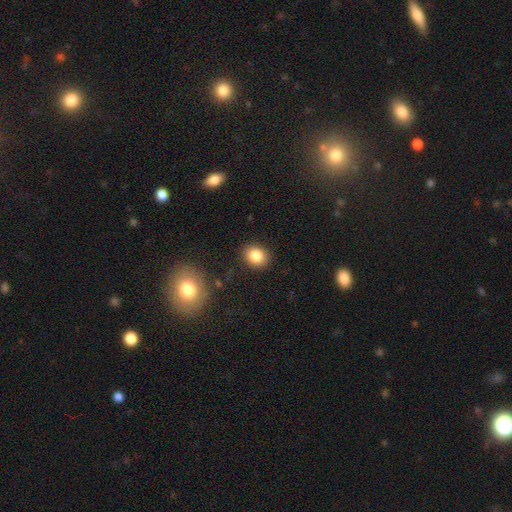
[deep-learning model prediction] smooth-or-featured: smooth: 84% | star or artifact: 10% | featured or disk: 6%
  how-rounded: round: 63% | in between: 36% | cigar-shaped: 1%
  merging: none: 89% | minor disturbance: 8% | major disturbance: 2% | merger: 2%